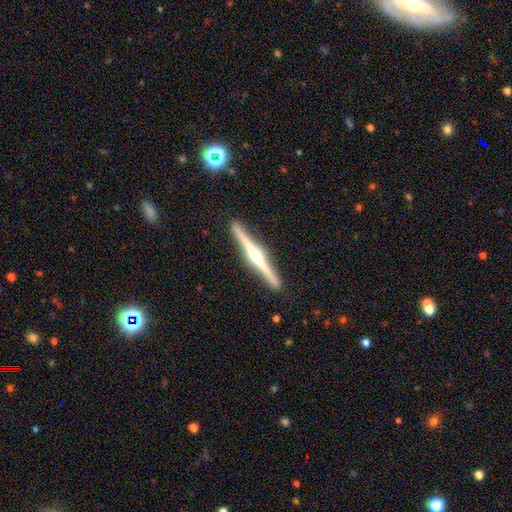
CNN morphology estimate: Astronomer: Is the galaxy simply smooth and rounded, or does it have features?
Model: featured or disk — 82%.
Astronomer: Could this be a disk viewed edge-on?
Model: yes — 99%.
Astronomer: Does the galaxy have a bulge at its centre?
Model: rounded — 93%.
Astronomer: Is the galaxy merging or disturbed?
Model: none — 92%.